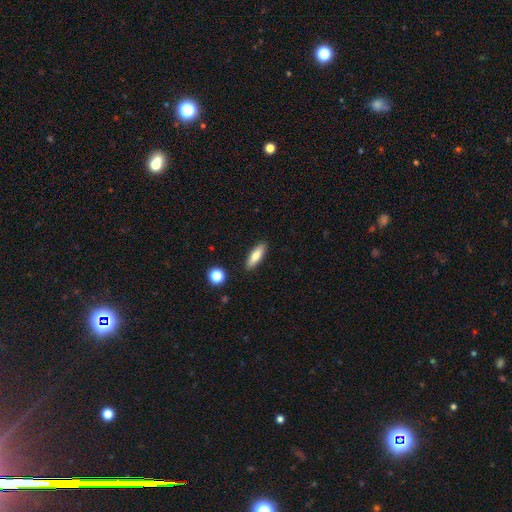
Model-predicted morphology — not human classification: type=smooth (79%); roundness=cigar-shaped (49%, tied with in between); merging=none (88%).